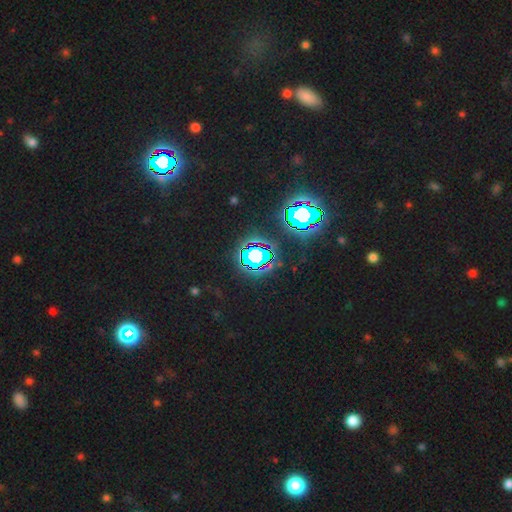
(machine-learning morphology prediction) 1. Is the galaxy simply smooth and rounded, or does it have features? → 71% star or artifact, 17% smooth, 13% featured or disk.